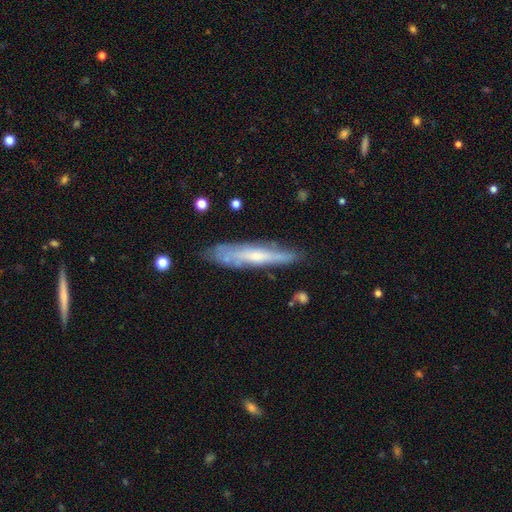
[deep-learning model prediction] A featured or disk galaxy (58%) viewed edge-on (70%). Merging: none (74%).